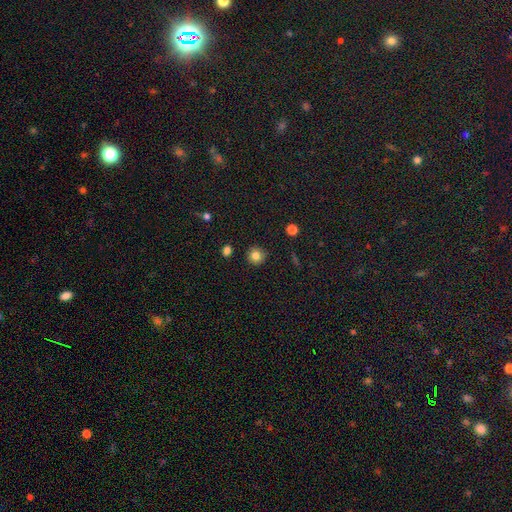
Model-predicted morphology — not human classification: smooth_or_featured: smooth (p=0.82) [alt: star or artifact p=0.11]
how_rounded: round (p=0.94) [alt: in between p=0.05]
merging: none (p=0.90) [alt: minor disturbance p=0.06]